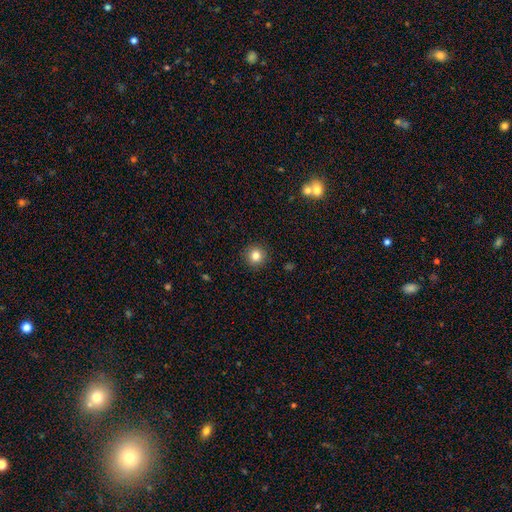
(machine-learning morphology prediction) smooth_or_featured: smooth (p=0.83) [alt: star or artifact p=0.11]
how_rounded: round (p=0.94) [alt: in between p=0.05]
merging: none (p=0.92) [alt: minor disturbance p=0.05]